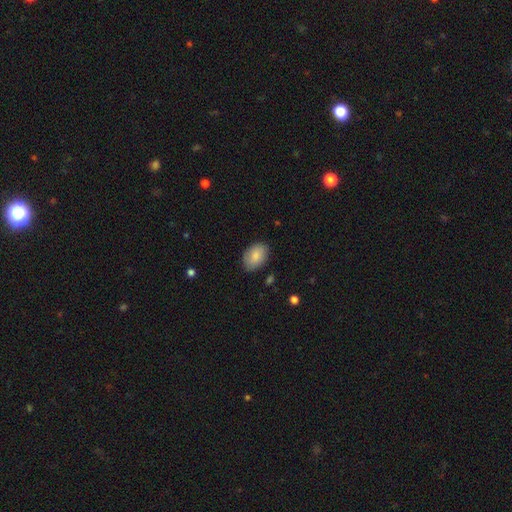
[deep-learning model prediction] This is clearly a smooth galaxy (85%). How rounded: clearly in between (87%). Merging: clearly none (84%).